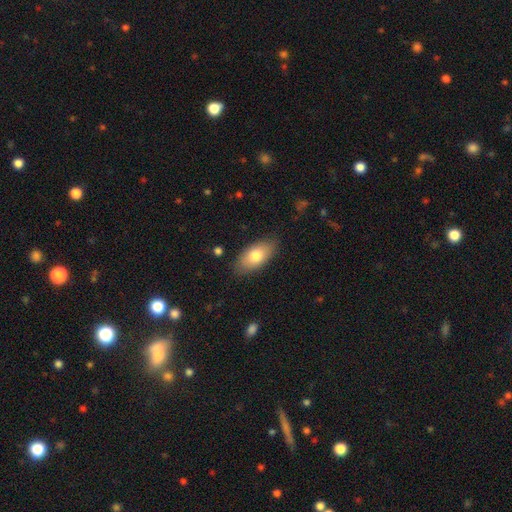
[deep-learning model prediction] Morphology: type=smooth (76%); roundness=in between (91%); merging=none (83%).